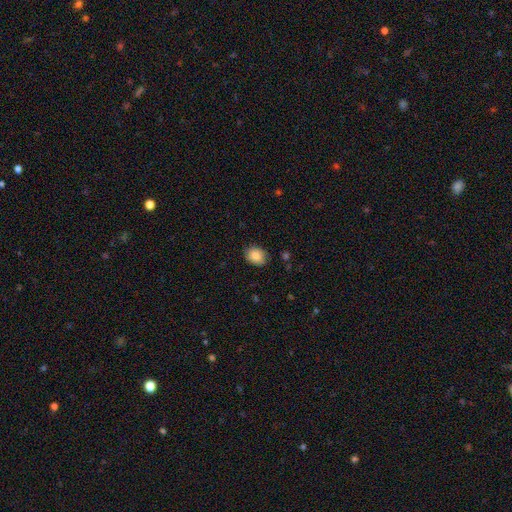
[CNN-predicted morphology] This appears to be a smooth galaxy with no disk features (86%) that is in between round and cigar-shaped (59%). Merging: none (81%).